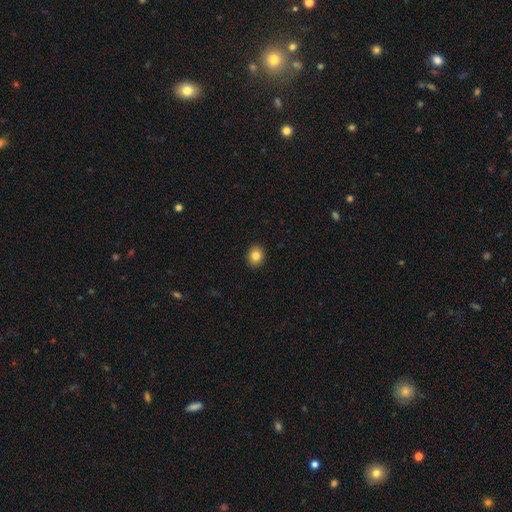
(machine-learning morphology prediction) type=smooth (83%); roundness=round (67%); merging=none (92%).